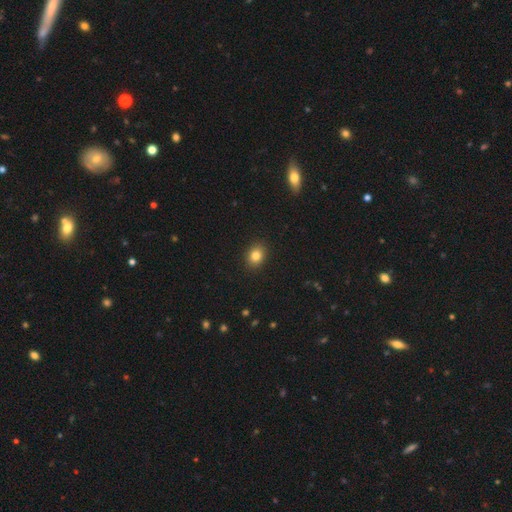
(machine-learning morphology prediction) This is clearly a smooth galaxy (83%). How rounded: possibly round (52%). Merging: clearly none (90%).